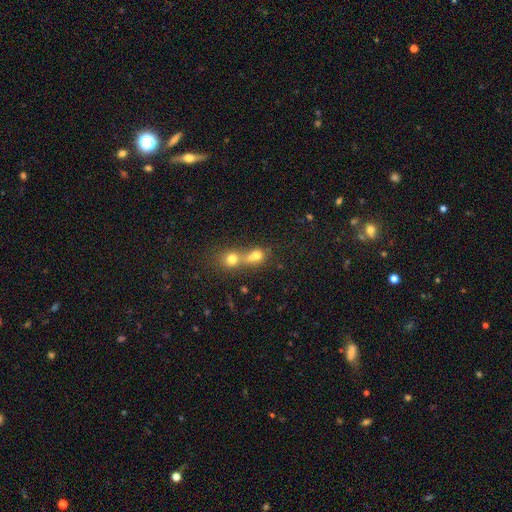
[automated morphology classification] Smooth or featured? Predicted: smooth (p=0.69). How rounded? Predicted: round (p=0.74). Merging? Predicted: merger (p=0.66).